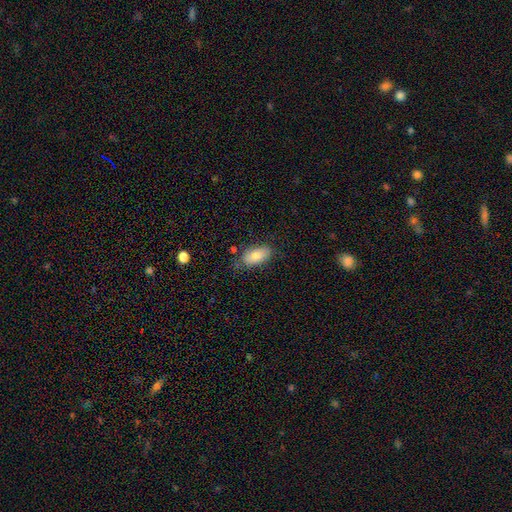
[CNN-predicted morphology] smooth 80%, featured or disk 12%, star or artifact 7%. Down the decision tree: how rounded — in between (92%); merging — none (76%).